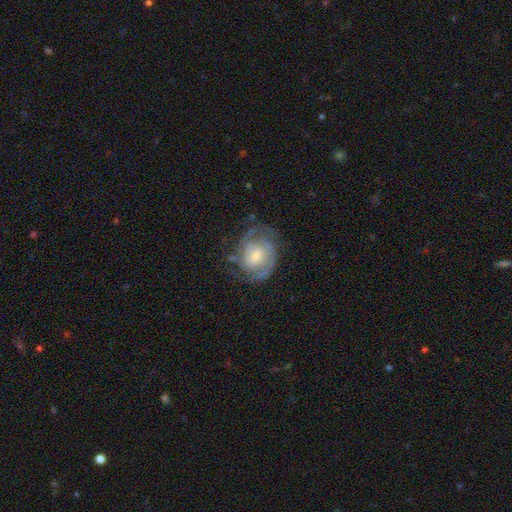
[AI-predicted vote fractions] smooth-or-featured: featured or disk: 84% | smooth: 11% | star or artifact: 5%
  disk-edge-on: no: 98% | yes: 2%
    bar: no: 57% | weak: 36% | strong: 7%
    has-spiral-arms: yes: 95% | no: 5%
      spiral-winding: tight: 60% | medium: 33% | loose: 8%
      spiral-arm-count: 2: 59% | can't tell: 18% | 3: 12% | 1: 4% | 4: 3% | more than 4: 3%
    bulge-size: small: 52% | moderate: 40% | large: 5% | none: 3% | dominant: 1%
  merging: none: 69% | minor disturbance: 19% | major disturbance: 11% | merger: 2%